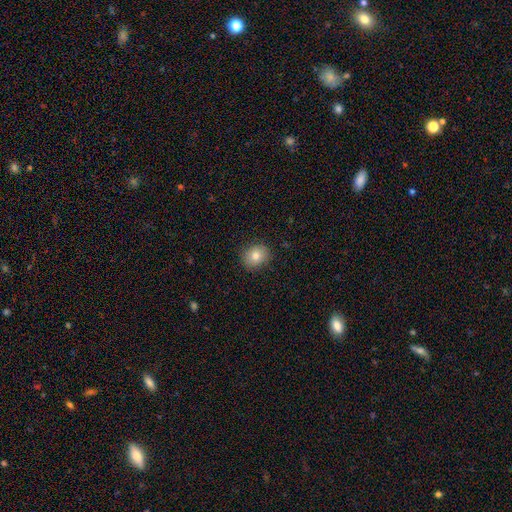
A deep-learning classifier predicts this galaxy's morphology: type=smooth (80%); roundness=round (67%); merging=none (88%).